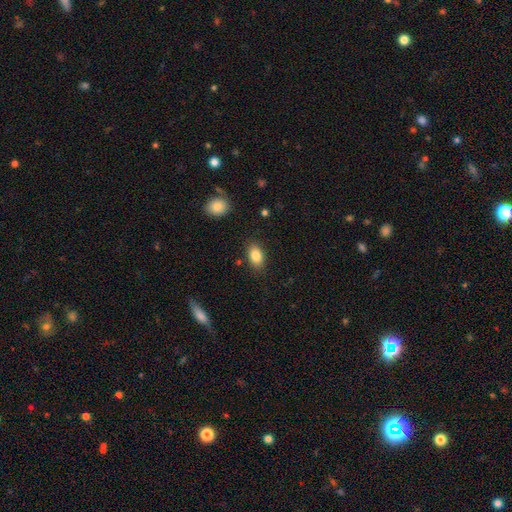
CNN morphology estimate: Smooth or featured? Predicted: smooth (p=0.84). How rounded? Predicted: in between (p=0.88). Merging? Predicted: none (p=0.85).